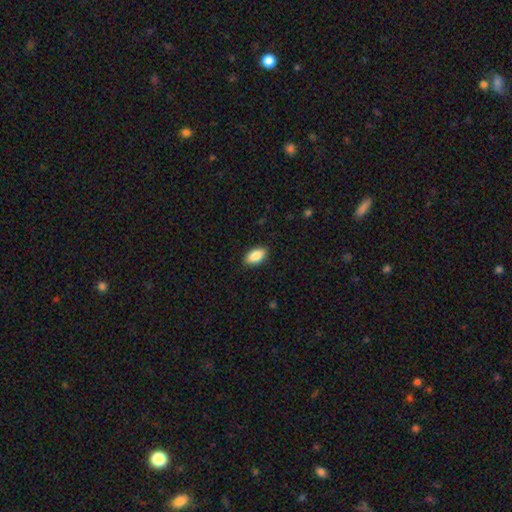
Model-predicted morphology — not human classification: Smooth or featured?
  - smooth: 88% *
  - star or artifact: 7%
  - featured or disk: 5%
How rounded?
  - in between: 93% *
  - cigar-shaped: 4%
  - round: 3%
Merging?
  - none: 89% *
  - minor disturbance: 8%
  - major disturbance: 2%
  - merger: 1%